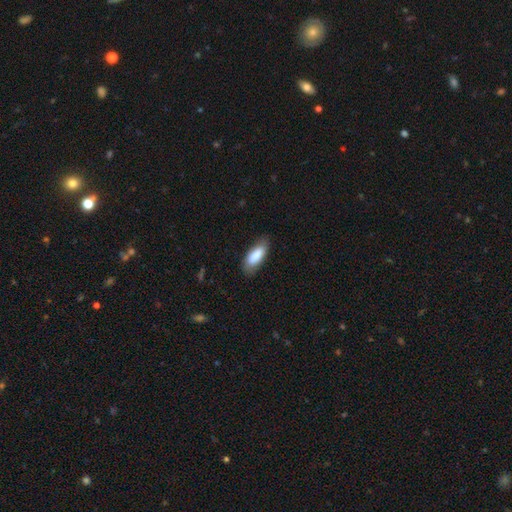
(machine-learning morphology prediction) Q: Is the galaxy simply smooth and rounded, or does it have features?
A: smooth — 85%.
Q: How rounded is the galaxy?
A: in between — 74%.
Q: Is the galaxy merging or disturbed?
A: none — 76%.